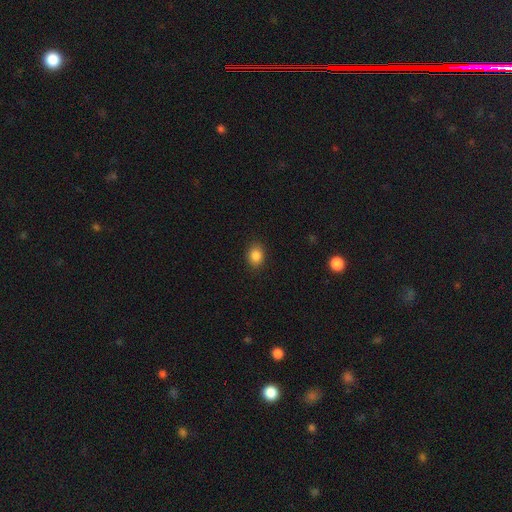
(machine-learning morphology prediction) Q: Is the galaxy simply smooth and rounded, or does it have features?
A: smooth — 86%.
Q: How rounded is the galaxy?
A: in between — 57%.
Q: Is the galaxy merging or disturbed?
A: none — 89%.